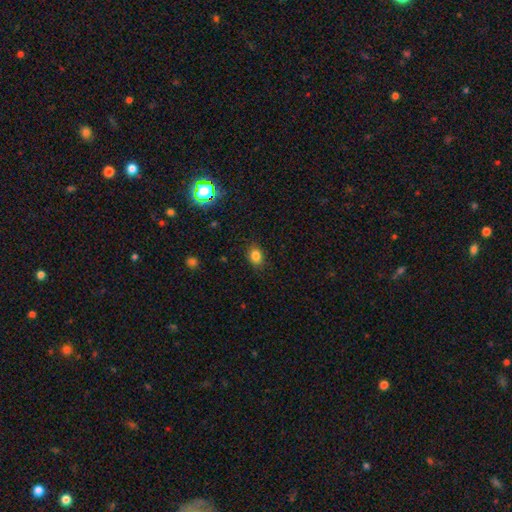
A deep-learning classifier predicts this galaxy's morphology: This is clearly a smooth galaxy (82%). How rounded: possibly in between (54%). Merging: clearly none (85%).